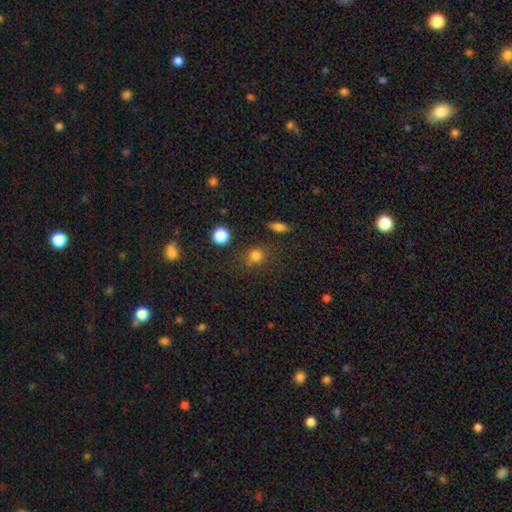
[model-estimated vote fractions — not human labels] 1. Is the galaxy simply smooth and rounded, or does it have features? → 78% smooth, 15% star or artifact, 6% featured or disk.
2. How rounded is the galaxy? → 84% round, 15% in between, 1% cigar-shaped.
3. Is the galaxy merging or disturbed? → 75% none, 13% minor disturbance, 6% merger, 5% major disturbance.